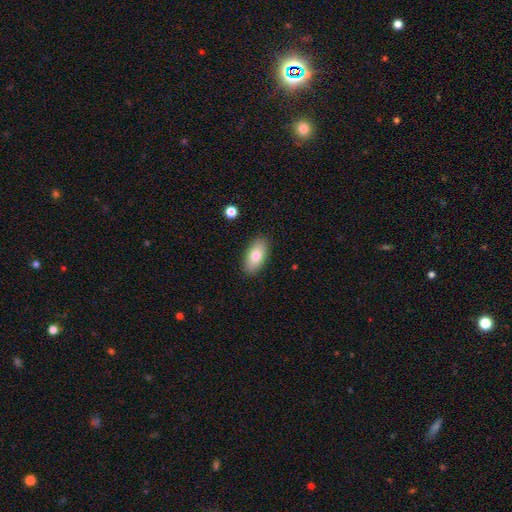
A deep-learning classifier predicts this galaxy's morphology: Smooth or featured? smooth (79%)
How rounded? in between (89%)
Merging? none (88%)